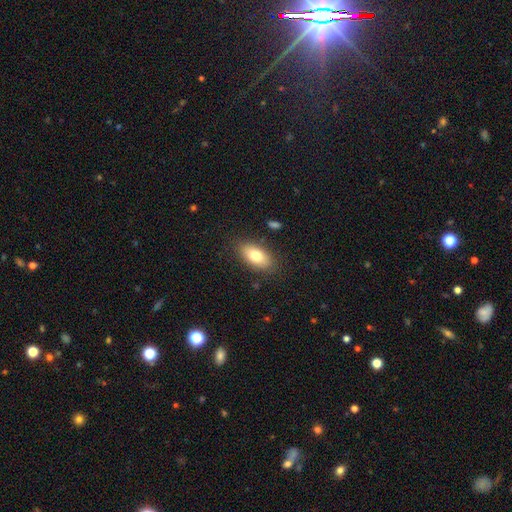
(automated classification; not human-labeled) Overall: smooth (76%). How rounded: in between (89%). Merging: none (84%).